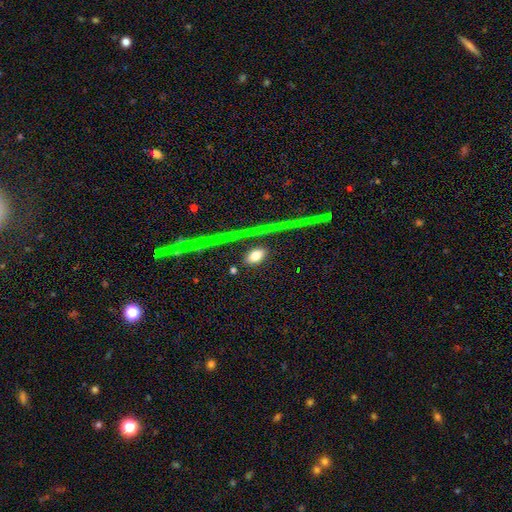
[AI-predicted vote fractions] This is likely a smooth galaxy (73%). How rounded: clearly in between (81%). Merging: clearly none (82%).